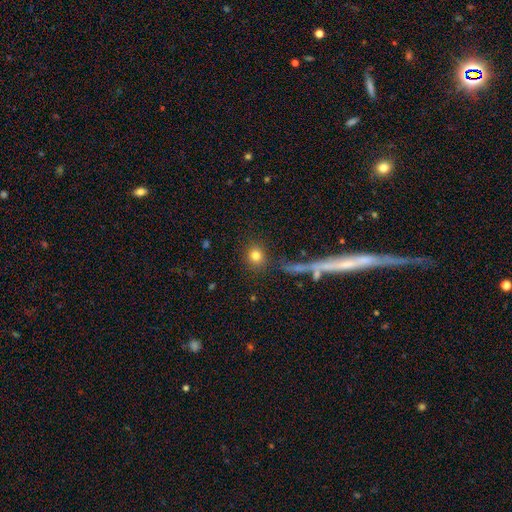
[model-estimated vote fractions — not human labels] Q: Smooth or featured?
A: smooth (80%); runner-up: star or artifact (12%)
Q: How rounded?
A: round (88%); runner-up: in between (10%)
Q: Merging?
A: none (85%); runner-up: minor disturbance (7%)